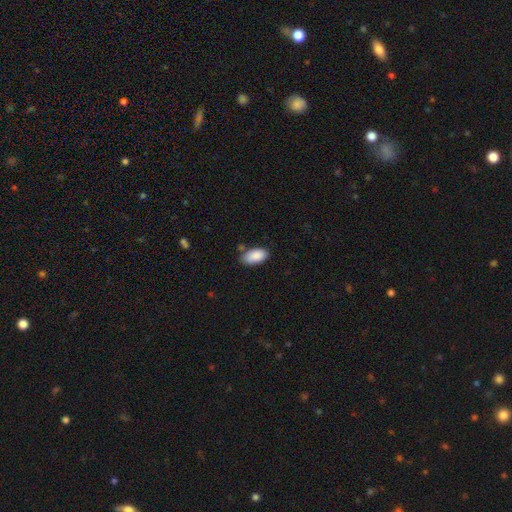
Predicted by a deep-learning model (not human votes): Overall: smooth (89%). How rounded: in between (95%). Merging: none (73%).